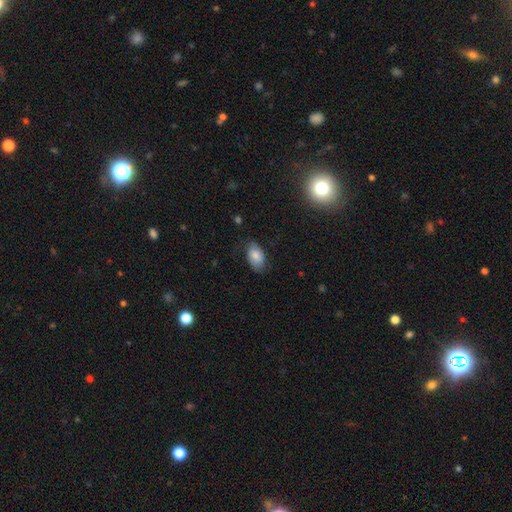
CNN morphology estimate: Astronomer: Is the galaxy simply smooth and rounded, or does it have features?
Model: smooth — 75%.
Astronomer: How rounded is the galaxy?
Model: in between — 92%.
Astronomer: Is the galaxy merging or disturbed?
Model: none — 68%.